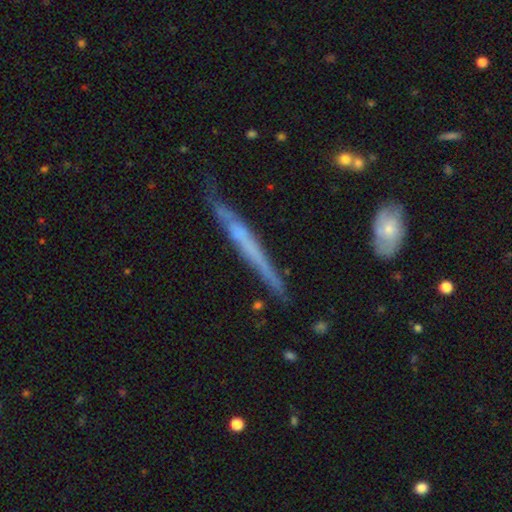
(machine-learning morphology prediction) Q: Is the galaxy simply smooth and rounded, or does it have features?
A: featured or disk — 60%.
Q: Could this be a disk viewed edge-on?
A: yes — 93%.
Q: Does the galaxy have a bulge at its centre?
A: none — 77%.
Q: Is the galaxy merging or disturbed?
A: none — 69%.